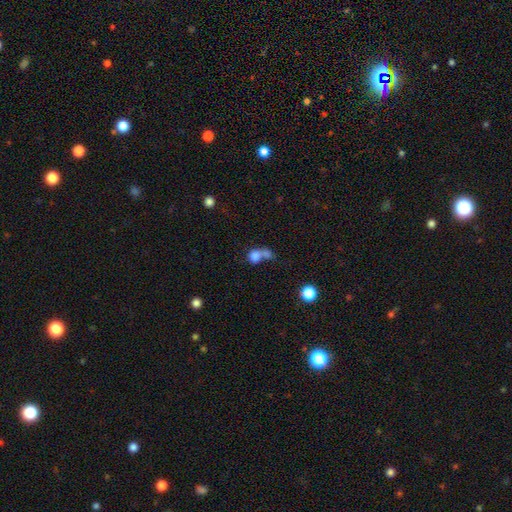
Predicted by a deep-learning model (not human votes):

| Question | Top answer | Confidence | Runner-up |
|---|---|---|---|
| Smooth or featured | smooth | 76% | featured or disk (13%) |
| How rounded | round | 59% | in between (39%) |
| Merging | merger | 64% | none (20%) |